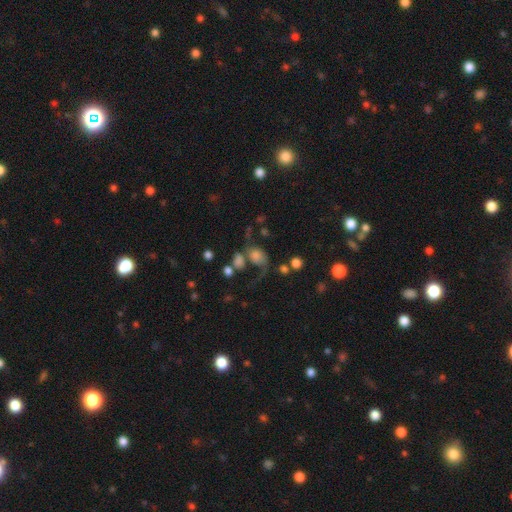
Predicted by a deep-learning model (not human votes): Morphology: type=smooth (43%); merging=none (32%, tied with major disturbance).